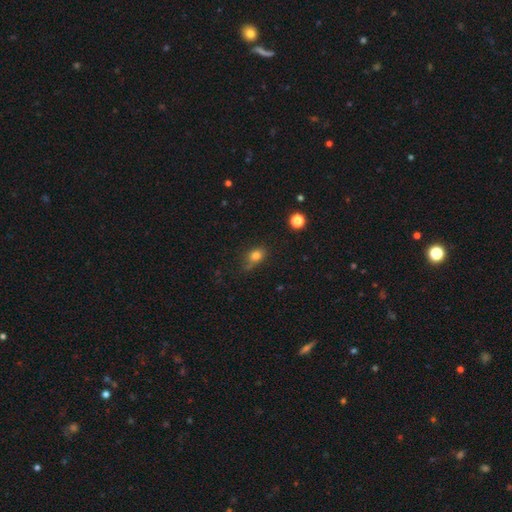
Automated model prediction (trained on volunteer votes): A smooth galaxy with no disk features (80%) that is in between round and cigar-shaped (60%).

Vote fractions:
- Smooth or featured? smooth: 80% / star or artifact: 12% / featured or disk: 8%
- How rounded? in between: 60% / round: 37% / cigar-shaped: 2%
- Merging? none: 63% / minor disturbance: 26% / major disturbance: 7% / merger: 4%